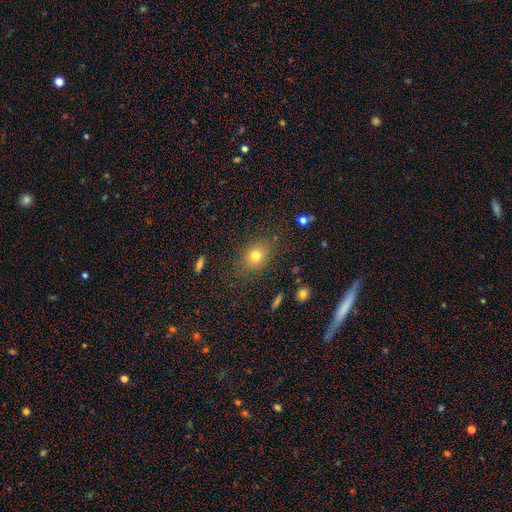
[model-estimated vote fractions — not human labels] Morphology: type=smooth (76%); roundness=in between (55%); merging=none (82%).